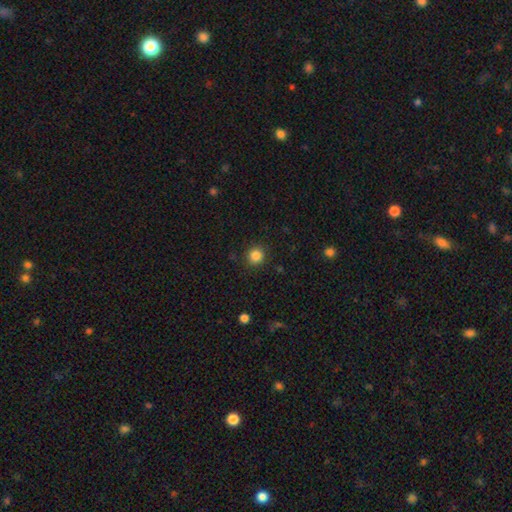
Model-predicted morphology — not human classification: The model was most divided on "smooth or featured": smooth: 85%, star or artifact: 11%, featured or disk: 4%. More confident: how rounded — round (91%); merging — none (90%).